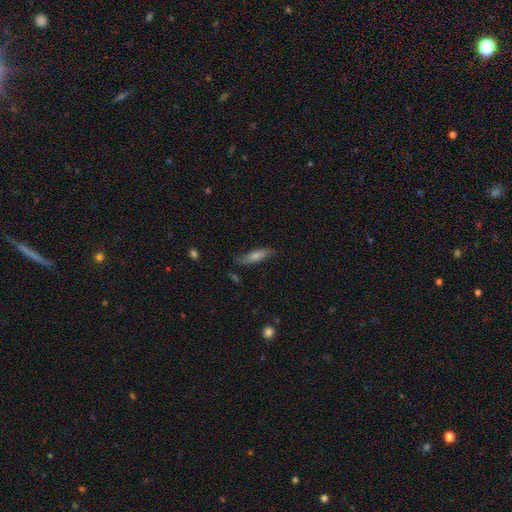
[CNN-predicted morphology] smooth-or-featured: smooth: 56% | featured or disk: 36% | star or artifact: 8%
  how-rounded: cigar-shaped: 74% | in between: 24% | round: 2%
  merging: none: 81% | minor disturbance: 15% | major disturbance: 3% | merger: 2%